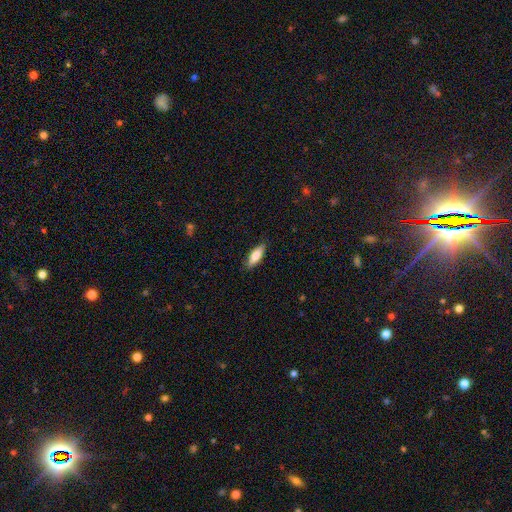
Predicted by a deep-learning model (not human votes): This appears to be a smooth galaxy with no disk features (77%) that is in between round and cigar-shaped (60%). Merging: none (86%).